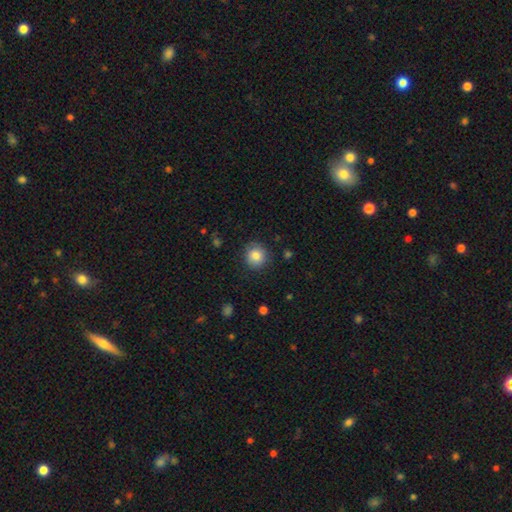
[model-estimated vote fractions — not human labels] This appears to be a smooth galaxy with no disk features (84%) that is round (89%). Merging: none (86%).